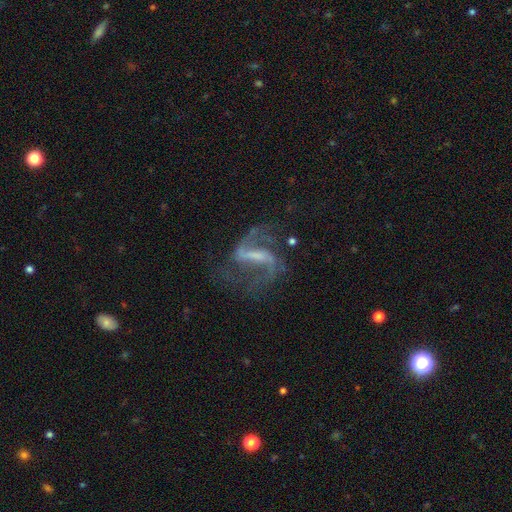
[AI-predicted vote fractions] This is clearly a featured or disk galaxy (88%). It is clearly not viewed edge-on (96%). Bar: possibly strong (55%). Spiral arm pattern: clearly yes (95%). Spiral arm count: clearly 2 (87%). Spiral winding: possibly loose (55%). Central bulge: marginally none (39%). Merging: possibly none (60%).